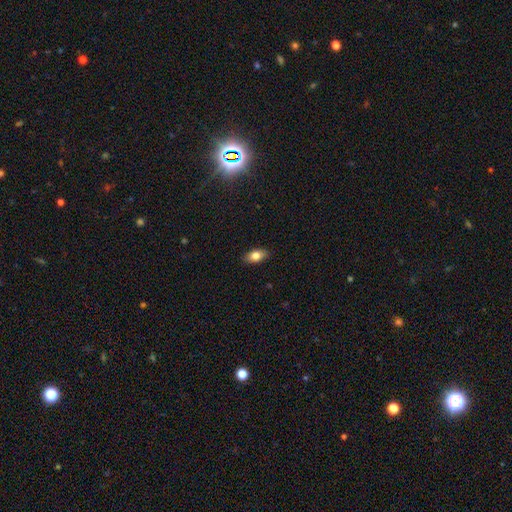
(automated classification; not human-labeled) A smooth galaxy with no disk features (79%) that is in between round and cigar-shaped (88%). Merging: none (88%).